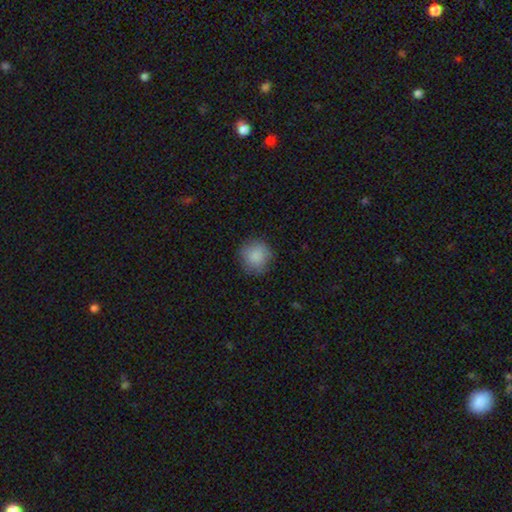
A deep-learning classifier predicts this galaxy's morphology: smooth 87%, star or artifact 8%, featured or disk 5%. Down the decision tree: how rounded — round (91%); merging — none (83%).